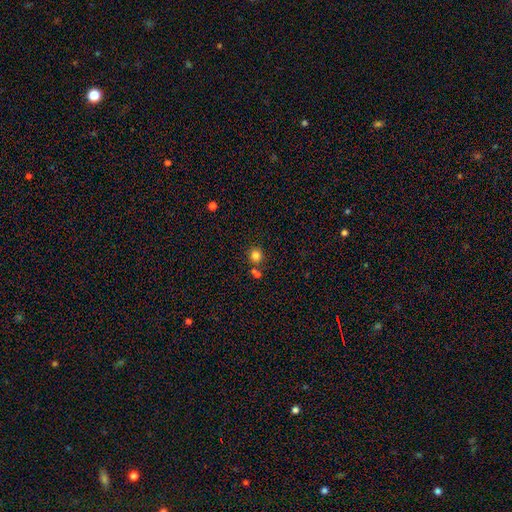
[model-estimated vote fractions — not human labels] Smooth or featured: smooth — 82% (star or artifact — 13%)
How rounded: round — 90% (in between — 9%)
Merging: none — 71% (merger — 18%)